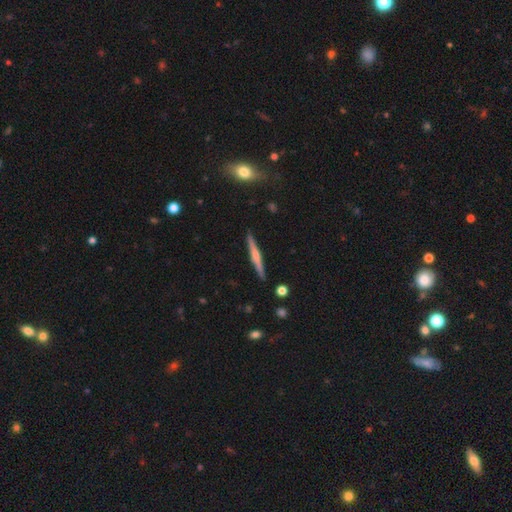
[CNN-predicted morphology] Q: Smooth or featured?
A: featured or disk (58%); runner-up: smooth (36%)
Q: Edge-on disk?
A: yes (98%); runner-up: no (2%)
Q: Edge-on bulge?
A: rounded (60%); runner-up: none (26%)
Q: Merging?
A: none (90%); runner-up: minor disturbance (7%)